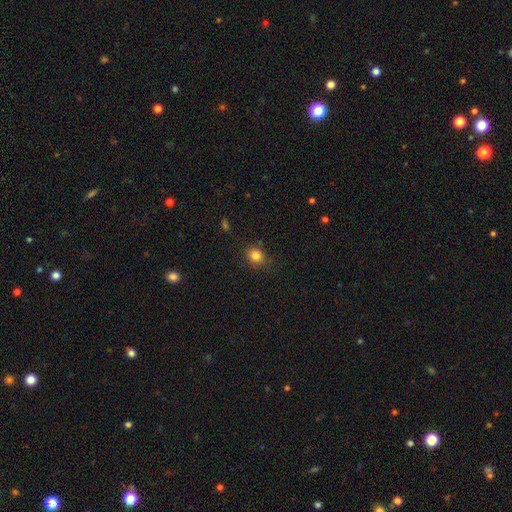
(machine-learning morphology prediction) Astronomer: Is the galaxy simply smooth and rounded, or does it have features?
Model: smooth — 83%.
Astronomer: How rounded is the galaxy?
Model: round — 71%.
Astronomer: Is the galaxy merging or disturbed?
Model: none — 84%.